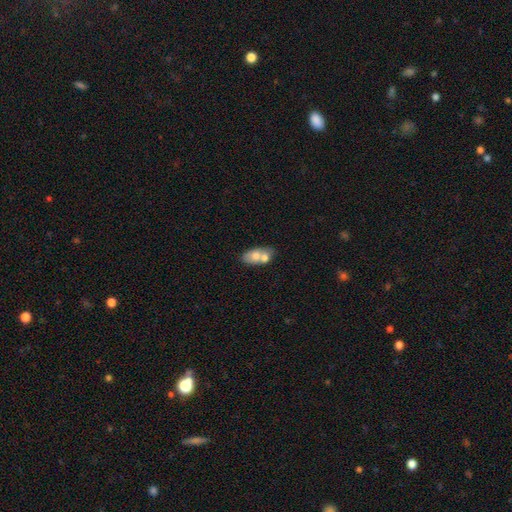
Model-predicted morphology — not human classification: A smooth galaxy with no disk features (64%) that is in between round and cigar-shaped (85%).

Vote fractions:
- Smooth or featured? smooth: 64% / featured or disk: 29% / star or artifact: 7%
- How rounded? in between: 85% / round: 12% / cigar-shaped: 3%
- Merging? merger: 54% / none: 31% / minor disturbance: 11% / major disturbance: 4%